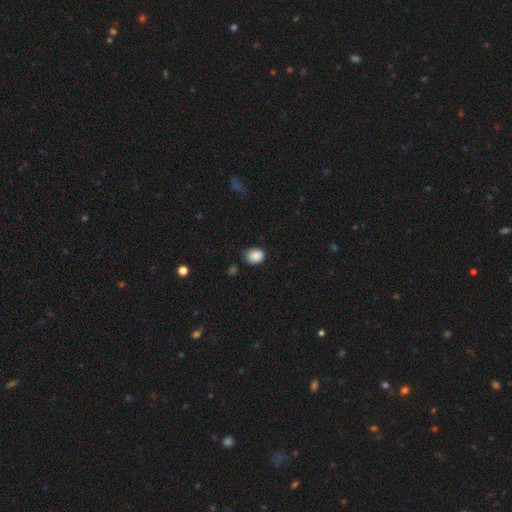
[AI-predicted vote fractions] This appears to be a smooth galaxy with no disk features (87%) that is in between round and cigar-shaped (62%). Merging: none (72%).